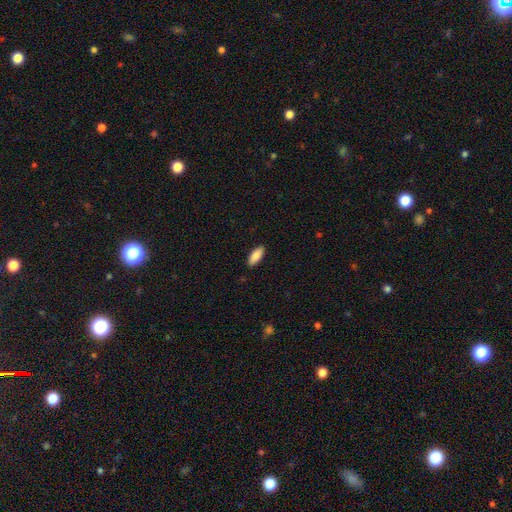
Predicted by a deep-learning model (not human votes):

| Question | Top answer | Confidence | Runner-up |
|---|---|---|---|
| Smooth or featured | smooth | 86% | featured or disk (8%) |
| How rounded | in between | 80% | cigar-shaped (18%) |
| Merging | none | 89% | minor disturbance (8%) |